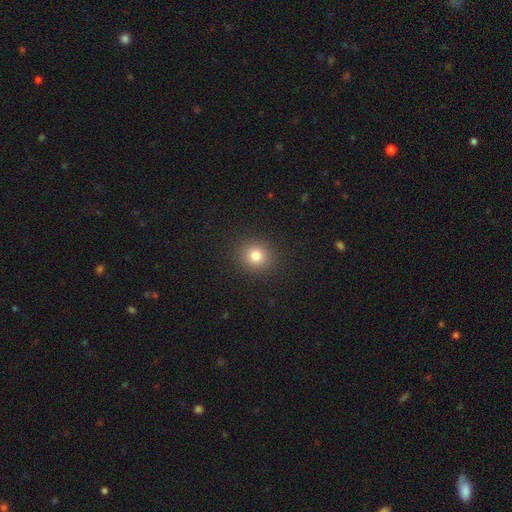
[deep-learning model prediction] smooth 80%, star or artifact 13%, featured or disk 7%. Down the decision tree: how rounded — round (81%); merging — none (90%).